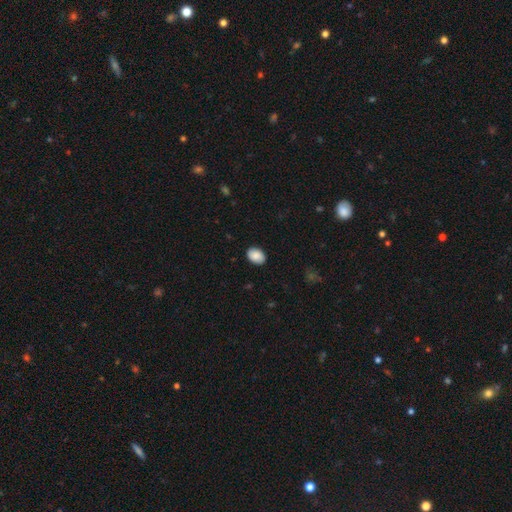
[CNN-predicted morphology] A smooth galaxy with no disk features (86%) that is in between round and cigar-shaped (80%). Merging: none (87%).